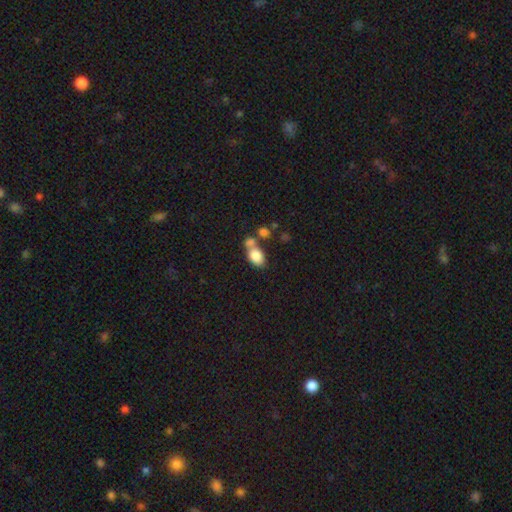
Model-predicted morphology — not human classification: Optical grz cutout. It shows a smooth galaxy with no disk features (82%) that is in between round and cigar-shaped (81%). Merging: merger (45%).